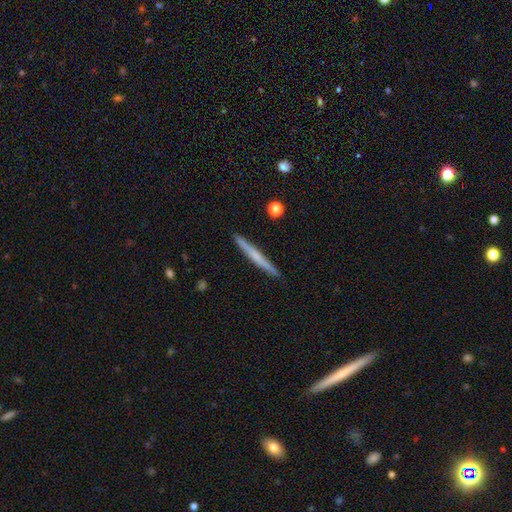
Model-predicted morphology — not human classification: The model was most divided on "smooth or featured": smooth: 49%, featured or disk: 45%, star or artifact: 6%. More confident: merging — none (91%).